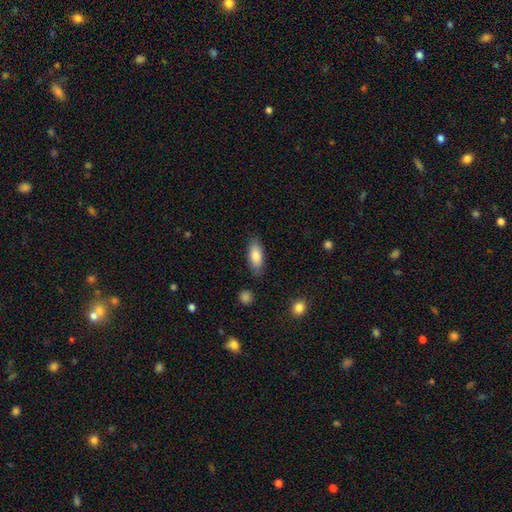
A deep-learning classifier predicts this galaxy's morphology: Smooth or featured?
  - smooth: 82% *
  - featured or disk: 12%
  - star or artifact: 6%
How rounded?
  - in between: 81% *
  - cigar-shaped: 17%
  - round: 2%
Merging?
  - none: 83% *
  - minor disturbance: 12%
  - major disturbance: 3%
  - merger: 2%